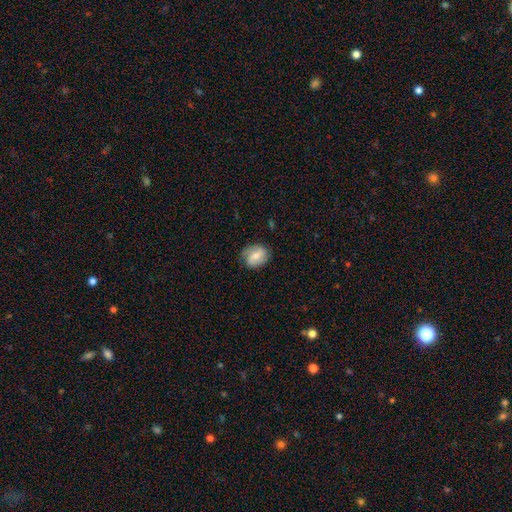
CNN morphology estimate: smooth_or_featured: smooth (p=0.52) [alt: featured or disk p=0.41]
how_rounded: in between (p=0.56) [alt: round p=0.43]
merging: none (p=0.72) [alt: minor disturbance p=0.21]